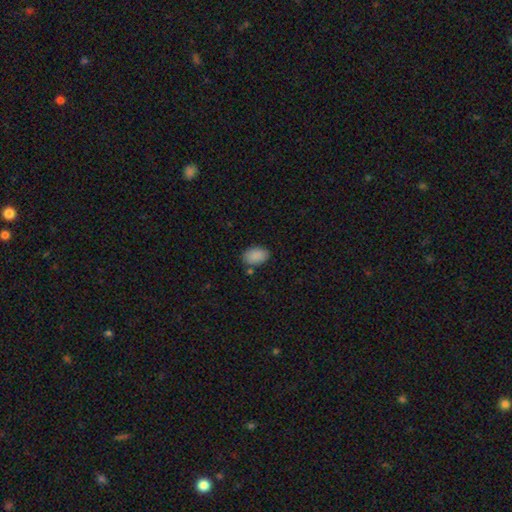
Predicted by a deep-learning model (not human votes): smooth_or_featured: smooth (p=0.89) [alt: star or artifact p=0.07]
how_rounded: in between (p=0.88) [alt: round p=0.11]
merging: none (p=0.80) [alt: minor disturbance p=0.12]